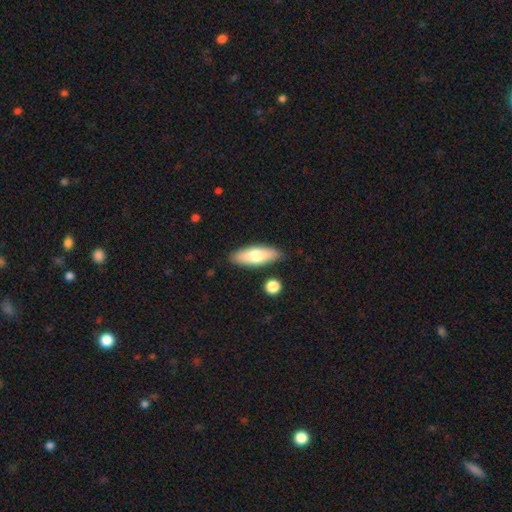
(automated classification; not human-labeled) A smooth galaxy with no disk features (71%) that is in between round and cigar-shaped (66%).

Vote fractions:
- Smooth or featured? smooth: 71% / featured or disk: 23% / star or artifact: 6%
- How rounded? in between: 66% / cigar-shaped: 31% / round: 3%
- Merging? none: 85% / minor disturbance: 10% / merger: 3% / major disturbance: 2%